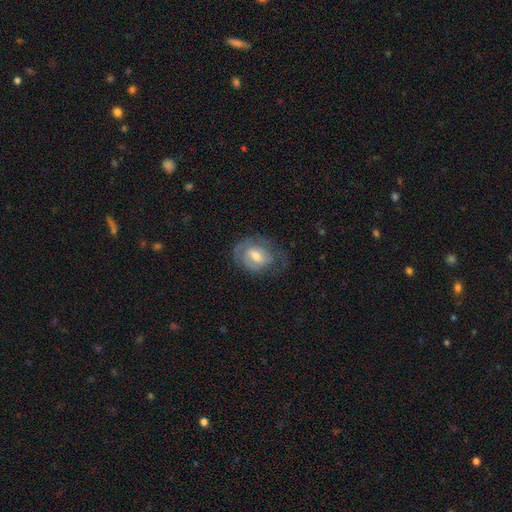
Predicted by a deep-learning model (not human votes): Morphology: type=featured or disk (53%); edge-on=no (95%); bar=weak (50%); spiral arms=yes (62%); bulge=moderate (63%); merging=none (53%).